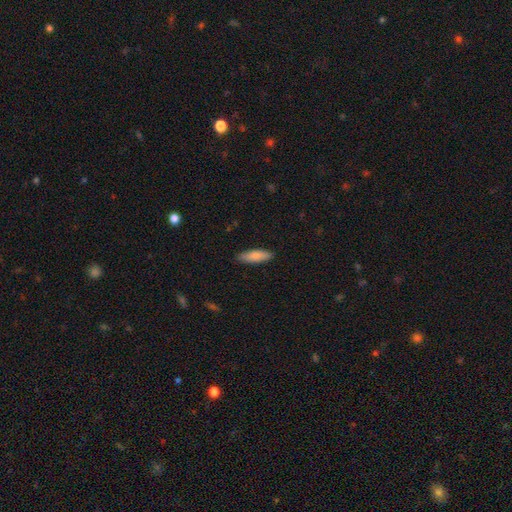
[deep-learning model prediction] smooth 85%, featured or disk 9%, star or artifact 6%. Down the decision tree: how rounded — in between (53%); merging — none (88%).